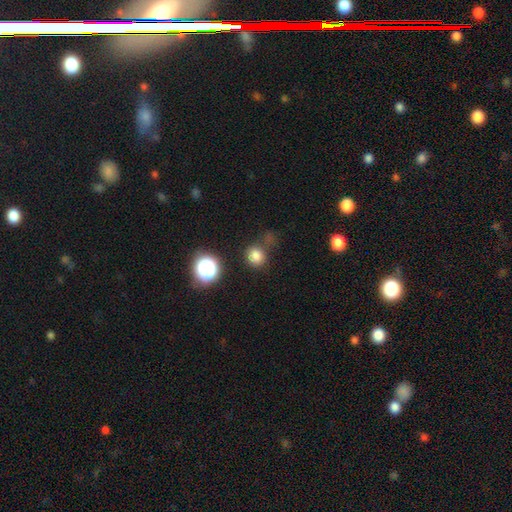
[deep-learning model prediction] smooth_or_featured: smooth (p=0.79) [alt: star or artifact p=0.15]
how_rounded: round (p=0.86) [alt: in between p=0.13]
merging: none (p=0.76) [alt: minor disturbance p=0.13]